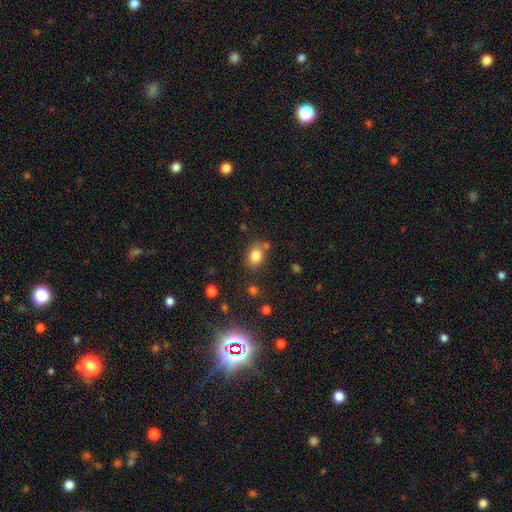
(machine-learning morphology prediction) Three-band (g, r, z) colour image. It shows a smooth galaxy with no disk features (82%) that is in between round and cigar-shaped (70%). Merging: none (70%).